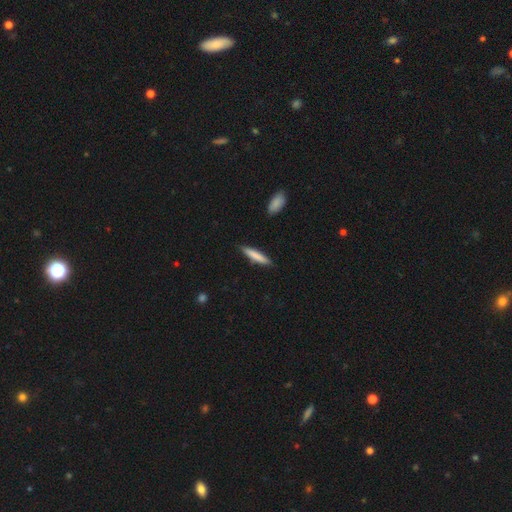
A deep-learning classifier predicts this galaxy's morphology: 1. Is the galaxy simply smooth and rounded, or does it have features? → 79% smooth, 15% featured or disk, 5% star or artifact.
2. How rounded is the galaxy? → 89% cigar-shaped, 9% in between, 1% round.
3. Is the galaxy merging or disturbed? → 89% none, 8% minor disturbance, 2% major disturbance, 2% merger.